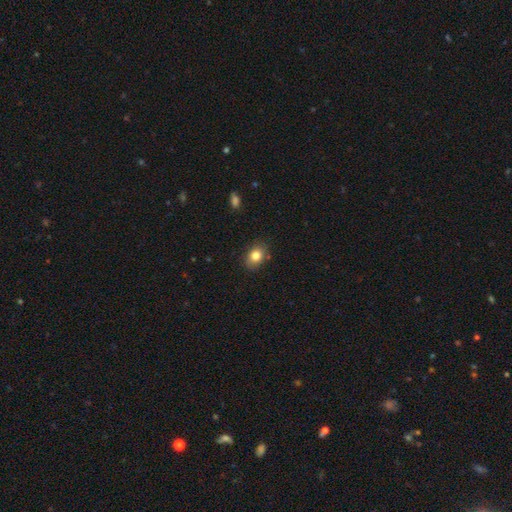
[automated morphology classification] Smooth or featured? smooth (82%)
How rounded? in between (68%)
Merging? none (83%)